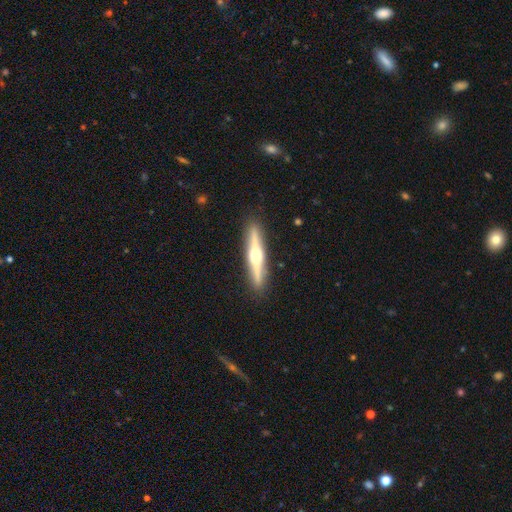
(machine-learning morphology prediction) A featured or disk galaxy (73%) viewed edge-on (97%) with a rounded central bulge (93%).

Vote fractions:
- Smooth or featured? featured or disk: 73% / smooth: 23% / star or artifact: 5%
- Edge-on disk? yes: 97% / no: 3%
- Edge-on bulge? rounded: 93% / boxy: 4% / none: 3%
- Merging? none: 91% / minor disturbance: 6% / major disturbance: 1% / merger: 1%